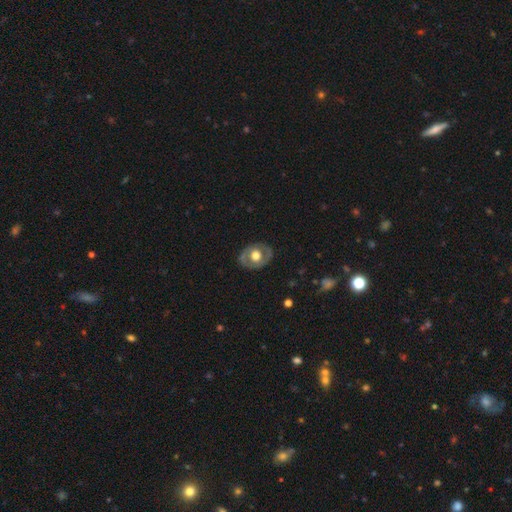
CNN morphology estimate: Overall: featured or disk (53%; smooth 41%). Edge-on disk: no (93%). Merging: none (81%).